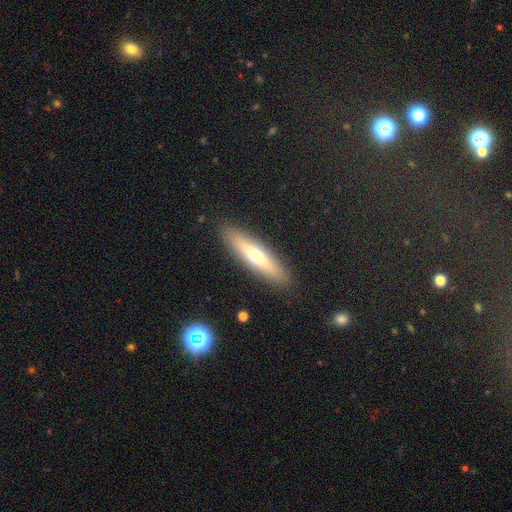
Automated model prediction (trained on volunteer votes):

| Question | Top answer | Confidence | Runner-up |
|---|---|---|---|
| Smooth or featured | smooth | 51% | featured or disk (42%) |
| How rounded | cigar-shaped | 77% | in between (21%) |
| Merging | none | 89% | minor disturbance (7%) |